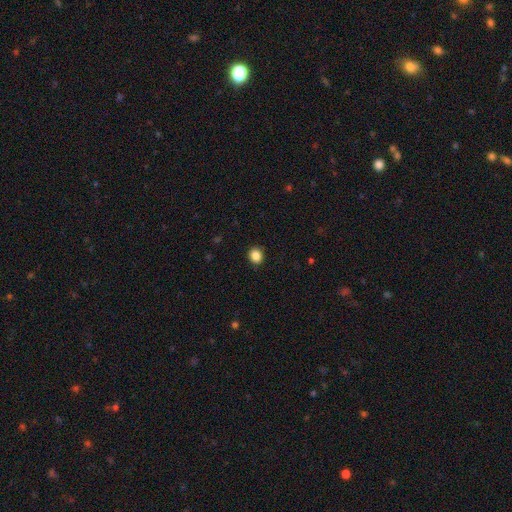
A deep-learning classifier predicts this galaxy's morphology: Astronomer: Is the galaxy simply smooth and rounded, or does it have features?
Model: smooth — 87%.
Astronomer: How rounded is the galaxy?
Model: round — 73%.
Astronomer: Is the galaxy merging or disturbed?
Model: none — 91%.